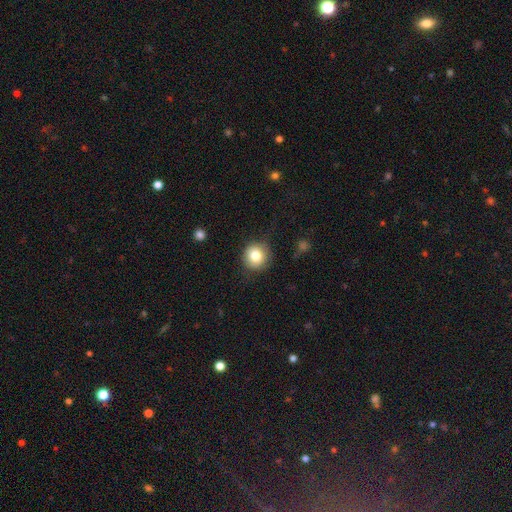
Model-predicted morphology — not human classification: This appears to be a smooth galaxy with no disk features (80%) that is round (93%). Merging: none (83%).